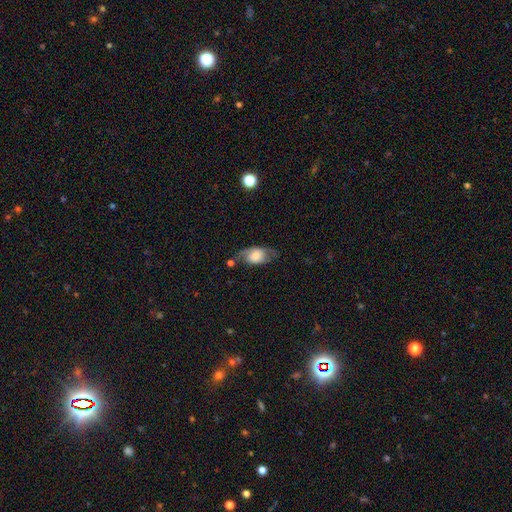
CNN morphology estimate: Smooth or featured: smooth — 52% (featured or disk — 40%)
How rounded: in between — 85% (round — 11%)
Merging: none — 48% (minor disturbance — 27%)